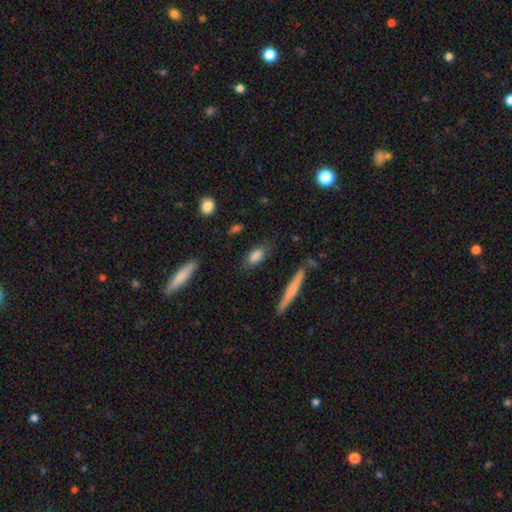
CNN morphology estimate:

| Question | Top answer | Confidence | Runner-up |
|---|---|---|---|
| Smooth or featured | smooth | 82% | featured or disk (10%) |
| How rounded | in between | 80% | cigar-shaped (14%) |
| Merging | none | 76% | minor disturbance (17%) |